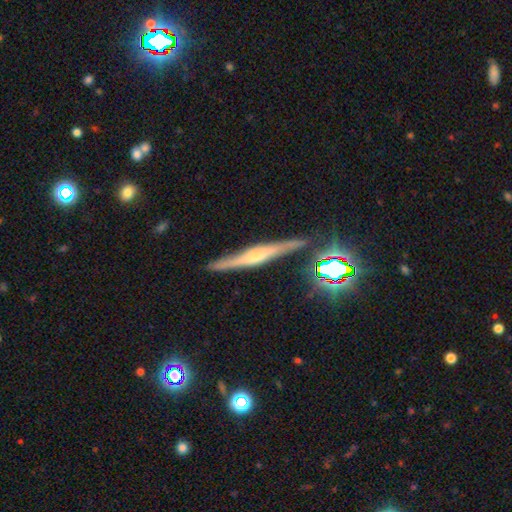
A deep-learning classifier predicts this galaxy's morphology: A featured or disk galaxy (63%) viewed edge-on (95%) with a rounded central bulge (60%). Merging: none (83%).